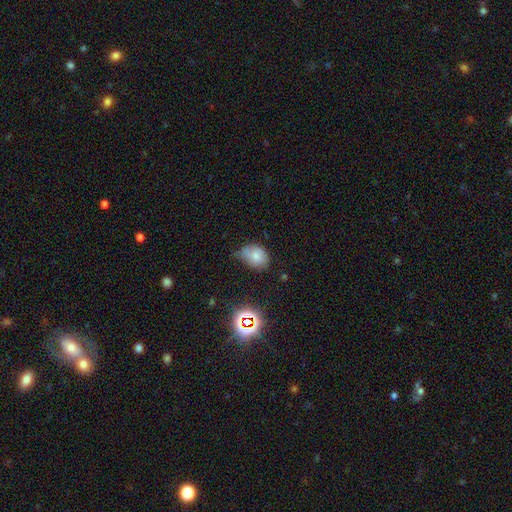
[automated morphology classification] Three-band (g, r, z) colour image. It shows a smooth galaxy with no disk features (72%) that is in between round and cigar-shaped (69%). Merging: minor disturbance (44%).